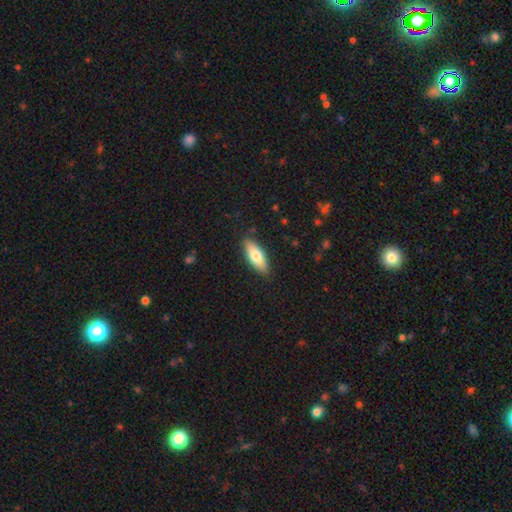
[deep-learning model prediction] Smooth or featured? smooth (70%)
How rounded? in between (70%)
Merging? none (88%)